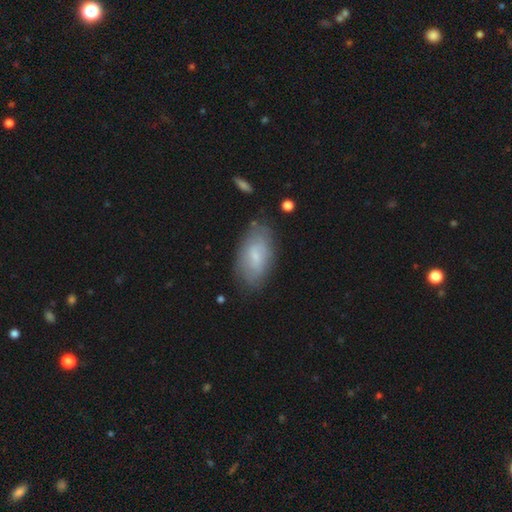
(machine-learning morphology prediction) Smooth or featured: smooth — 60% (featured or disk — 33%)
How rounded: in between — 92% (cigar-shaped — 5%)
Merging: none — 76% (minor disturbance — 17%)